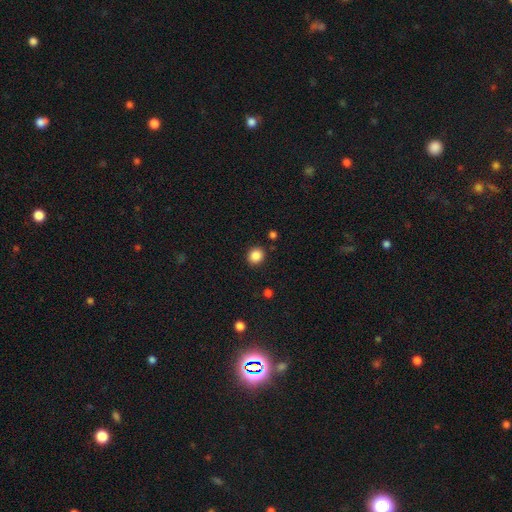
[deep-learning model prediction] smooth-or-featured: smooth: 86% | star or artifact: 11% | featured or disk: 4%
  how-rounded: round: 78% | in between: 22% | cigar-shaped: 1%
  merging: none: 89% | minor disturbance: 7% | major disturbance: 2% | merger: 2%